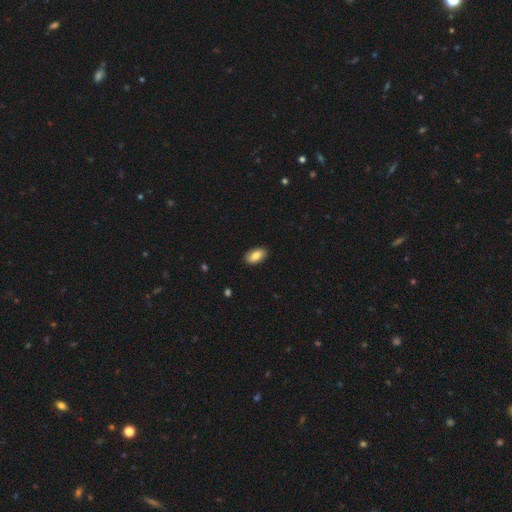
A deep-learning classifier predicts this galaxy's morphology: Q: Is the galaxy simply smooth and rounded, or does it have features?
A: smooth — 85%.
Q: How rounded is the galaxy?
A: in between — 94%.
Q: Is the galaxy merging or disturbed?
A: none — 88%.